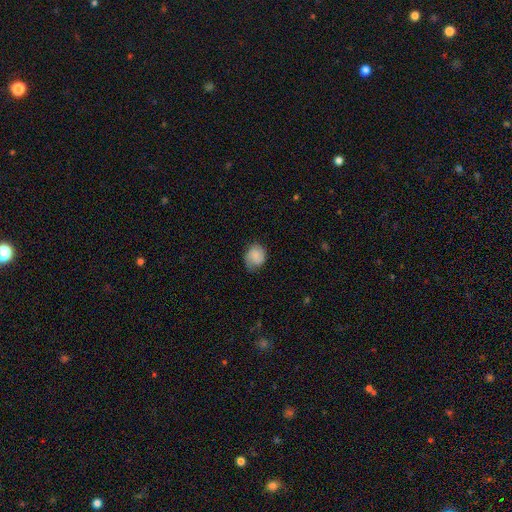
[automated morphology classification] Smooth or featured? smooth (64%)
How rounded? round (65%)
Merging? none (62%)